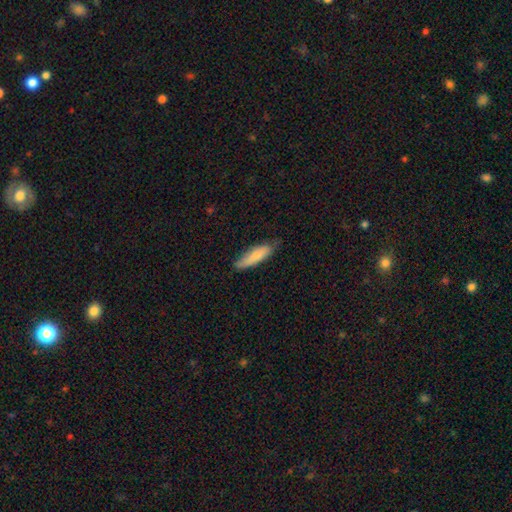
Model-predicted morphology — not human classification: Q: Smooth or featured?
A: smooth (76%); runner-up: featured or disk (18%)
Q: How rounded?
A: cigar-shaped (60%); runner-up: in between (39%)
Q: Merging?
A: none (70%); runner-up: minor disturbance (24%)